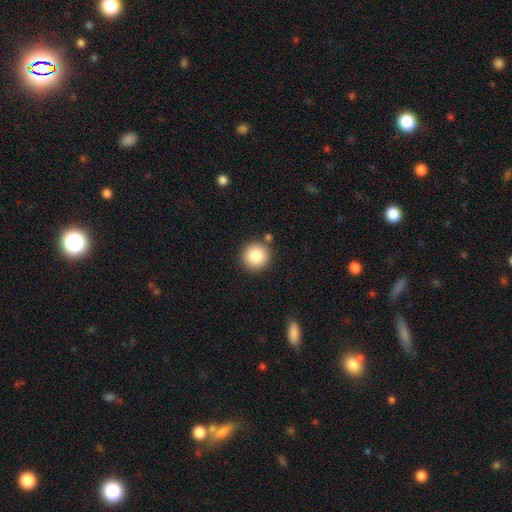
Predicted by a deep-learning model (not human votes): Overall: smooth (85%). How rounded: round (95%). Merging: none (85%).